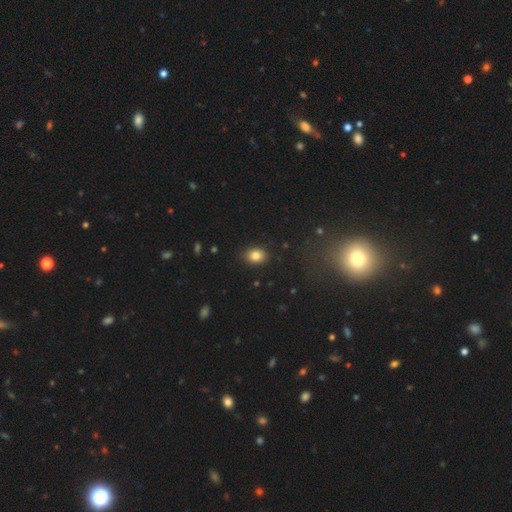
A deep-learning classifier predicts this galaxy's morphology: Overall: smooth (83%). How rounded: in between (63%; round 36%). Merging: none (88%).